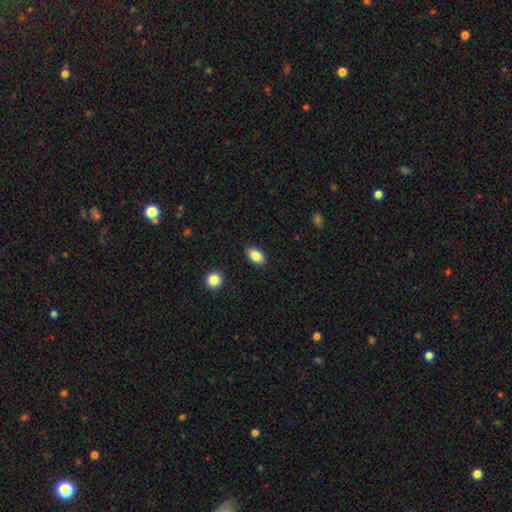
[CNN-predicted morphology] A smooth galaxy with no disk features (86%) that is in between round and cigar-shaped (90%).

Vote fractions:
- Smooth or featured? smooth: 86% / star or artifact: 8% / featured or disk: 6%
- How rounded? in between: 90% / round: 8% / cigar-shaped: 2%
- Merging? none: 89% / minor disturbance: 8% / major disturbance: 2% / merger: 1%